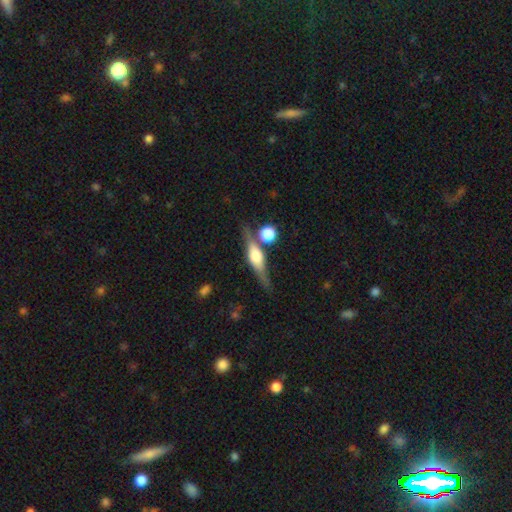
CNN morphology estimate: smooth-or-featured: featured or disk: 73% | smooth: 20% | star or artifact: 7%
  disk-edge-on: yes: 95% | no: 5%
    edge-on-bulge: rounded: 82% | boxy: 15% | none: 3%
  merging: none: 74% | minor disturbance: 12% | merger: 10% | major disturbance: 4%